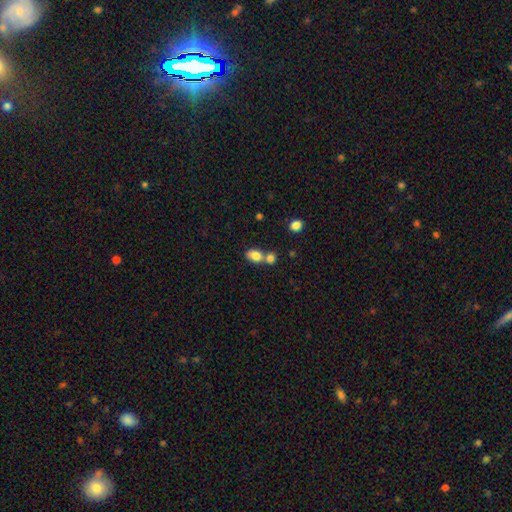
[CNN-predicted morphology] Smooth or featured? Predicted: smooth (p=0.82). How rounded? Predicted: in between (p=0.68). Merging? Predicted: merger (p=0.49).